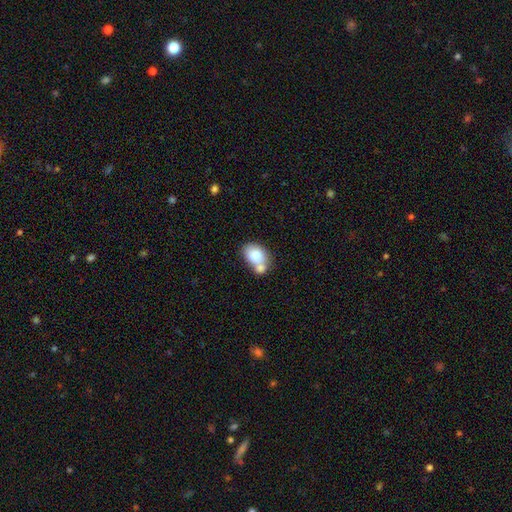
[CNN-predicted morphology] Q: Smooth or featured?
A: smooth (76%); runner-up: featured or disk (17%)
Q: How rounded?
A: in between (80%); runner-up: round (19%)
Q: Merging?
A: merger (50%); runner-up: none (30%)